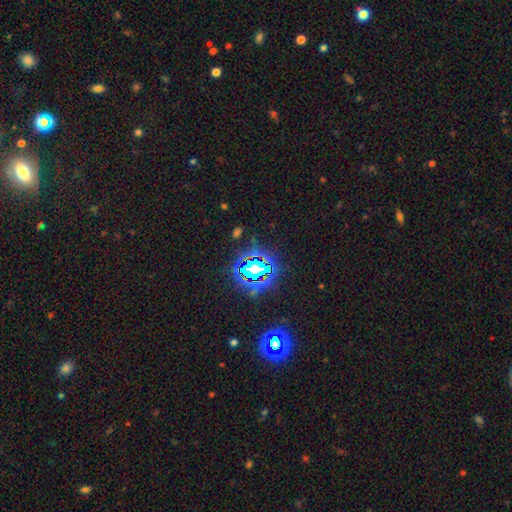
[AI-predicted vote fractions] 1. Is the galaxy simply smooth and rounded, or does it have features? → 82% star or artifact, 12% smooth, 7% featured or disk.